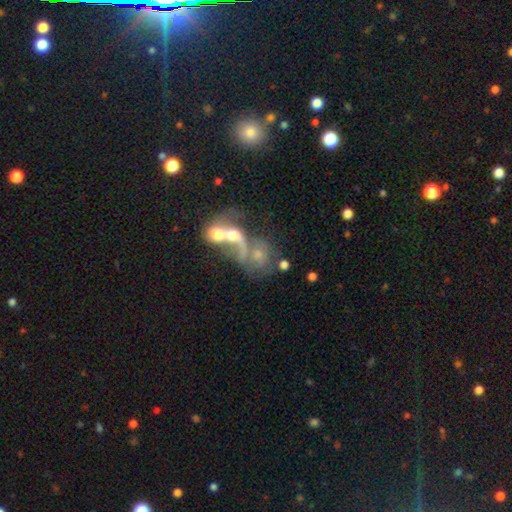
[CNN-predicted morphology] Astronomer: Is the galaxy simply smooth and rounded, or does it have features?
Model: featured or disk — 52% (runner-up: smooth, 35%).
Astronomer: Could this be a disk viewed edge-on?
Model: no — 96%.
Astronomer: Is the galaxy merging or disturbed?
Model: merger — 72%.